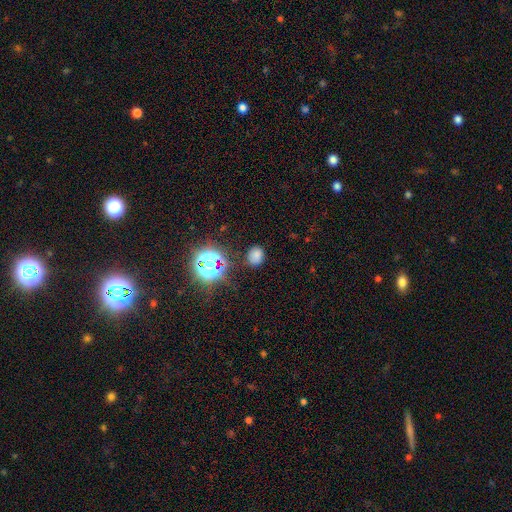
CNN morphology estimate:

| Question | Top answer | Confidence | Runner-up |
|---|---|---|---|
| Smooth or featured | smooth | 70% | star or artifact (24%) |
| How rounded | round | 64% | in between (35%) |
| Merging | none | 80% | minor disturbance (13%) |